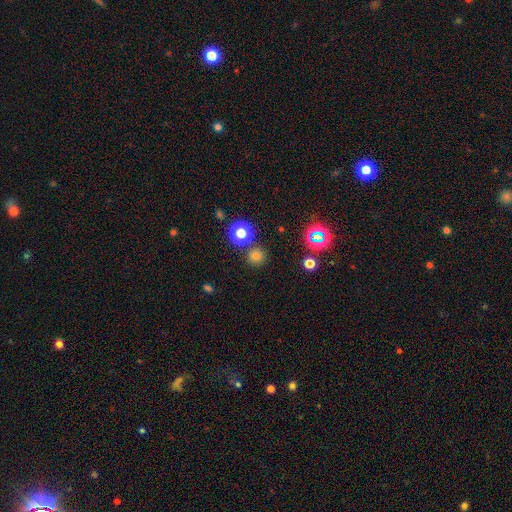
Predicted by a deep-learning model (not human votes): Smooth or featured: smooth — 69% (star or artifact — 24%)
How rounded: round — 94% (in between — 5%)
Merging: none — 83% (minor disturbance — 7%)